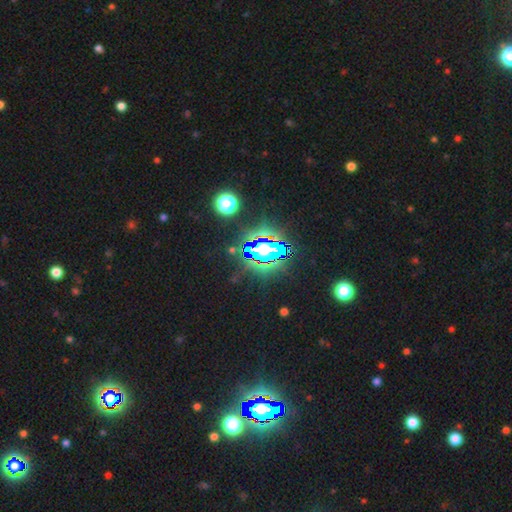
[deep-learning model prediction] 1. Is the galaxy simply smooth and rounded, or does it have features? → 77% star or artifact, 13% smooth, 9% featured or disk.